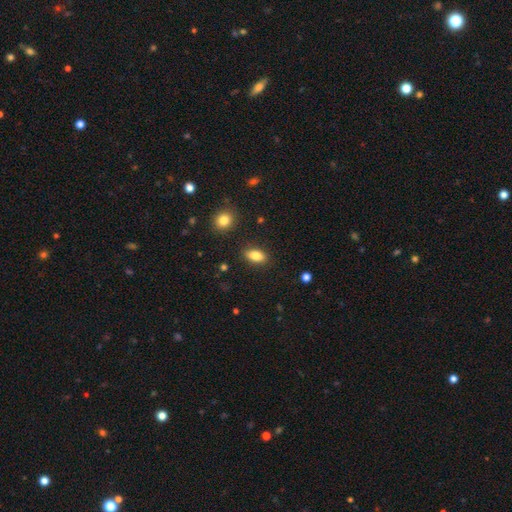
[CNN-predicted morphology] This is clearly a smooth galaxy (85%). How rounded: clearly in between (89%). Merging: clearly none (87%).